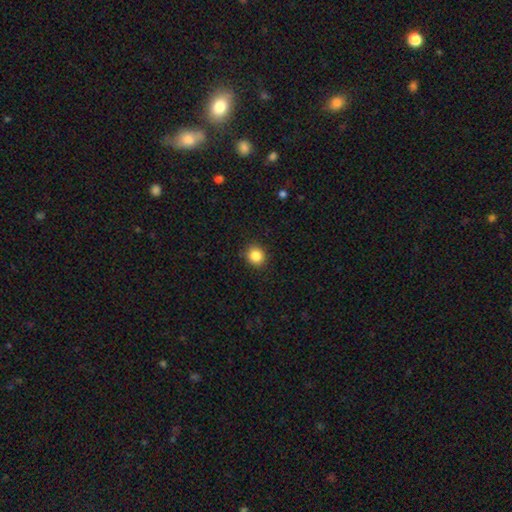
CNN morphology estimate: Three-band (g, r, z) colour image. It shows a smooth galaxy with no disk features (86%) that is round (85%). Merging: none (91%).